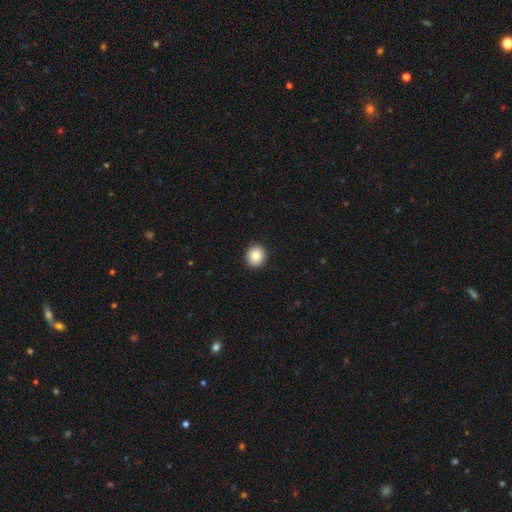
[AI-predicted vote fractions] Q: Smooth or featured?
A: smooth (83%); runner-up: star or artifact (9%)
Q: How rounded?
A: round (86%); runner-up: in between (13%)
Q: Merging?
A: none (92%); runner-up: minor disturbance (5%)